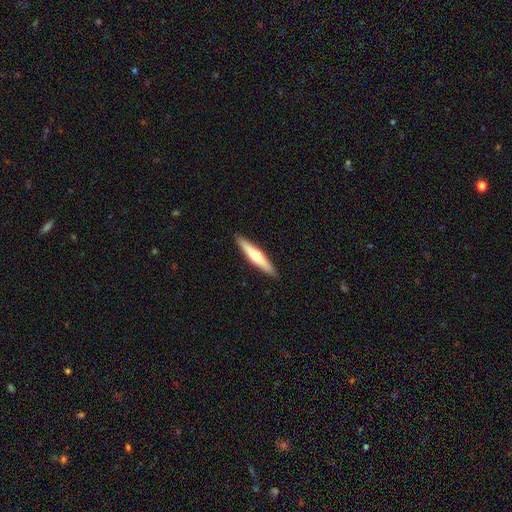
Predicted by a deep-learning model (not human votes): Overall: smooth (52%; featured or disk 43%). How rounded: cigar-shaped (89%). Merging: none (91%).